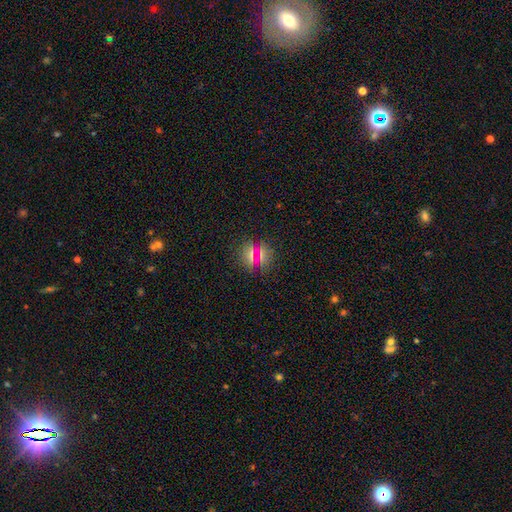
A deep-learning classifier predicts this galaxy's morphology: The model was most divided on "smooth or featured": smooth: 64%, star or artifact: 27%, featured or disk: 9%. More confident: merging — none (83%); how rounded — round (83%).